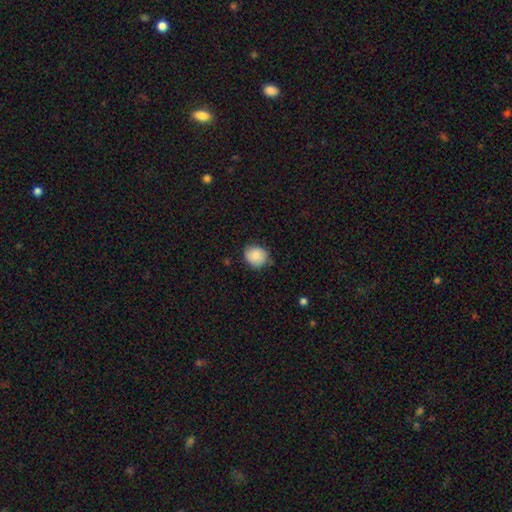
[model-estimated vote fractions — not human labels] A smooth galaxy with no disk features (86%) that is round (79%).

Vote fractions:
- Smooth or featured? smooth: 86% / star or artifact: 8% / featured or disk: 6%
- How rounded? round: 79% / in between: 20% / cigar-shaped: 1%
- Merging? none: 77% / minor disturbance: 18% / major disturbance: 3% / merger: 1%